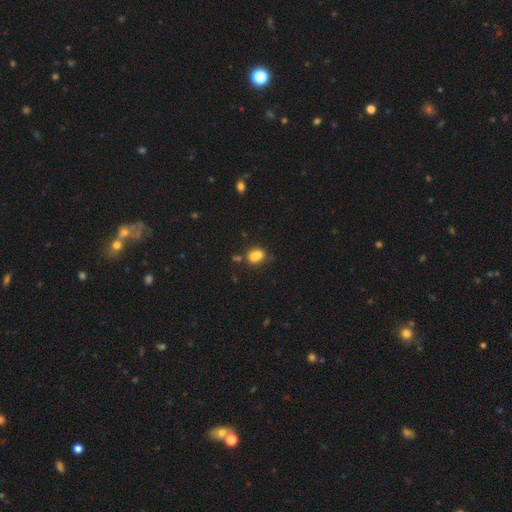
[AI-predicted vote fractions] Smooth or featured? Predicted: smooth (p=0.78). How rounded? Predicted: in between (p=0.68). Merging? Predicted: none (p=0.47).